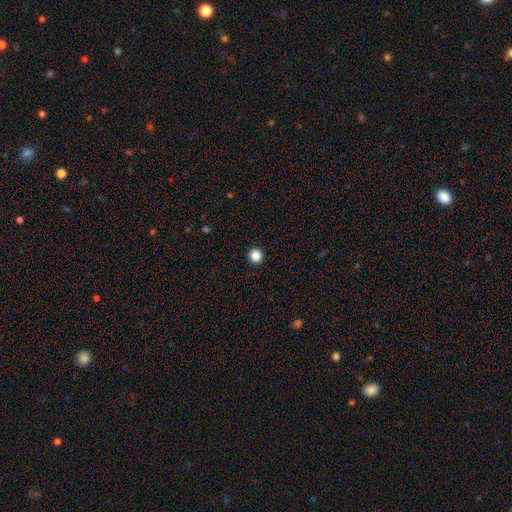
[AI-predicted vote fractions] Smooth or featured? smooth (86%)
How rounded? round (95%)
Merging? none (94%)